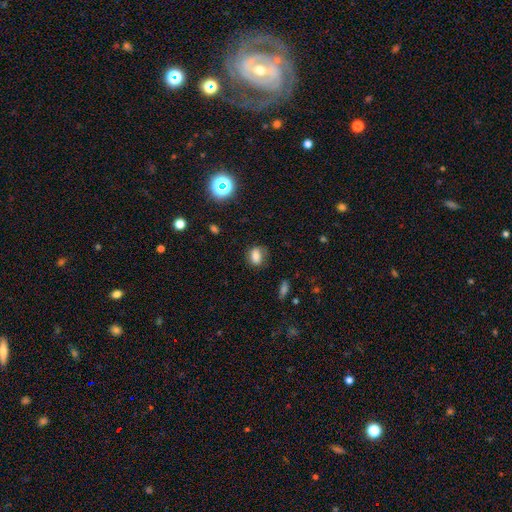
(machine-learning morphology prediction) smooth 72%, star or artifact 14%, featured or disk 14%. Down the decision tree: how rounded — in between (66%); merging — none (69%).